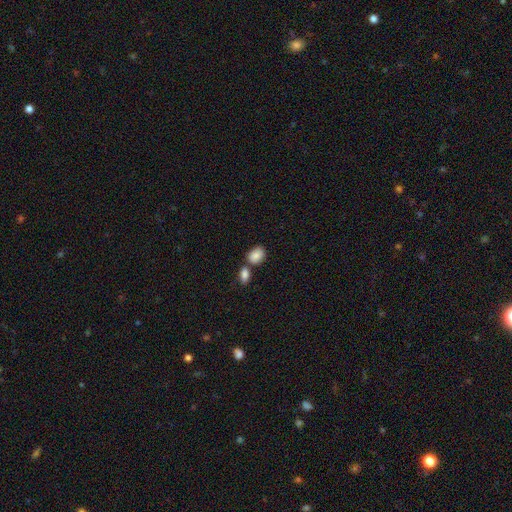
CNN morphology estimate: Overall: smooth (85%). How rounded: in between (76%). Merging: none (51%; merger 33%).